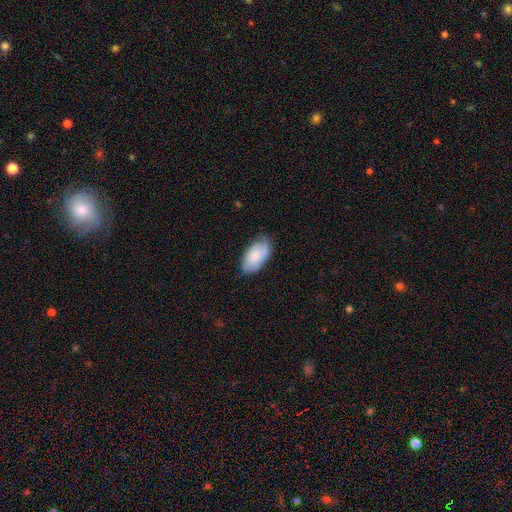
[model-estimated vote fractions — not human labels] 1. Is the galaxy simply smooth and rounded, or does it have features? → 64% smooth, 30% featured or disk, 7% star or artifact.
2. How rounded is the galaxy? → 94% in between, 4% round, 2% cigar-shaped.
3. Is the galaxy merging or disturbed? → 71% none, 22% minor disturbance, 5% major disturbance, 1% merger.